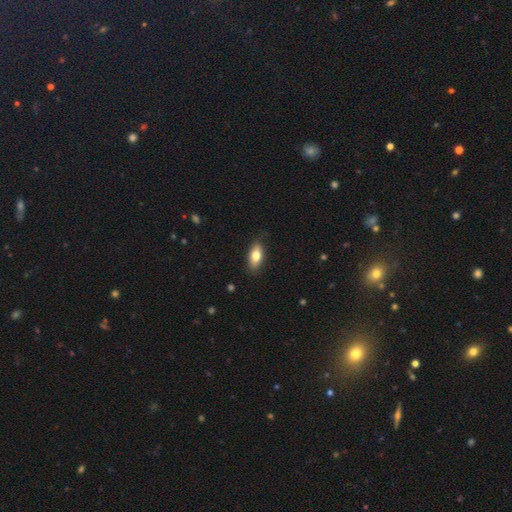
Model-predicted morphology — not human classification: Smooth or featured: smooth — 78% (featured or disk — 16%)
How rounded: in between — 86% (cigar-shaped — 10%)
Merging: none — 85% (minor disturbance — 12%)